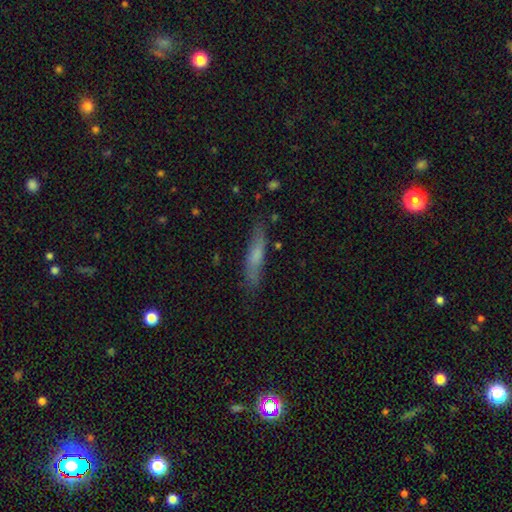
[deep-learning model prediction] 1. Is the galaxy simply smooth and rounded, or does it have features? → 64% smooth, 29% featured or disk, 7% star or artifact.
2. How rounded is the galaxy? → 83% cigar-shaped, 15% in between, 2% round.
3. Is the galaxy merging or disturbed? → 78% none, 16% minor disturbance, 4% major disturbance, 2% merger.